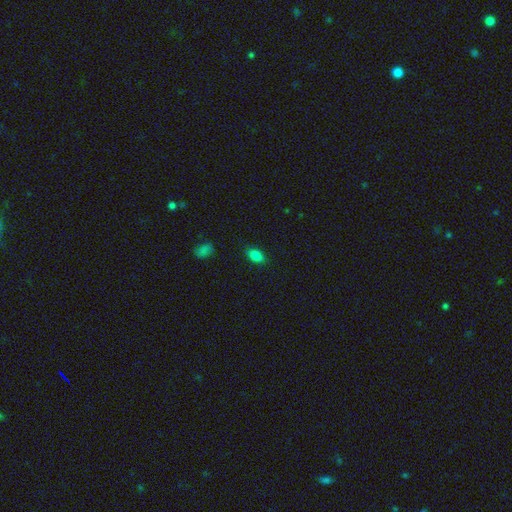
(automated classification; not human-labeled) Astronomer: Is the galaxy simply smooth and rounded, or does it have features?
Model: smooth — 84%.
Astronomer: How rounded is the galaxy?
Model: in between — 89%.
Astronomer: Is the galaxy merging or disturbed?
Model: none — 86%.